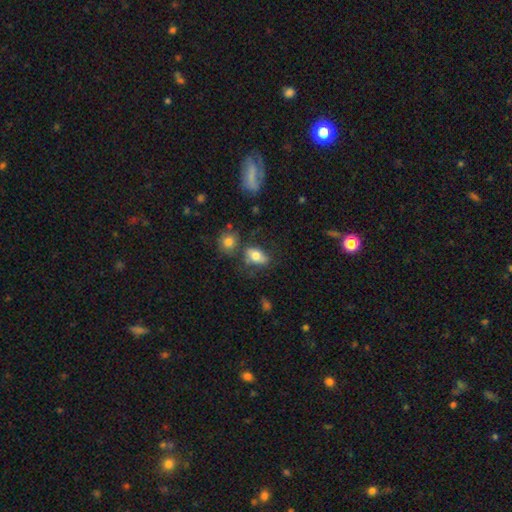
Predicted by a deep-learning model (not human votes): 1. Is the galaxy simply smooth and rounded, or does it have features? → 73% smooth, 18% featured or disk, 9% star or artifact.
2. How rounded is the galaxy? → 83% in between, 14% round, 3% cigar-shaped.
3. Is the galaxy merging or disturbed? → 52% none, 23% minor disturbance, 14% merger, 12% major disturbance.